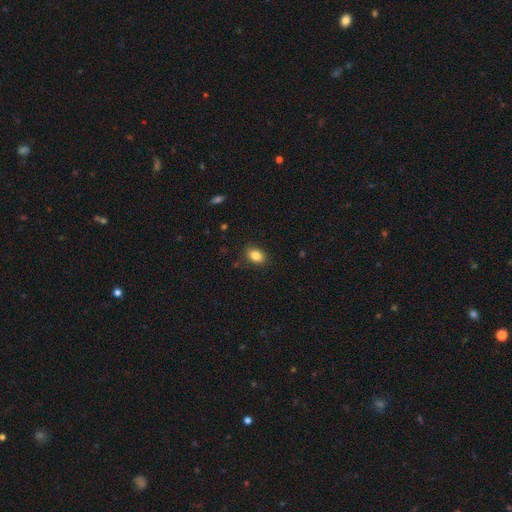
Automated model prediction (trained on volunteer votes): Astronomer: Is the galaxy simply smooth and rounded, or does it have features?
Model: smooth — 85%.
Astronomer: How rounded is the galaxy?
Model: in between — 81%.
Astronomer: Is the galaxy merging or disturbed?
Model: none — 85%.